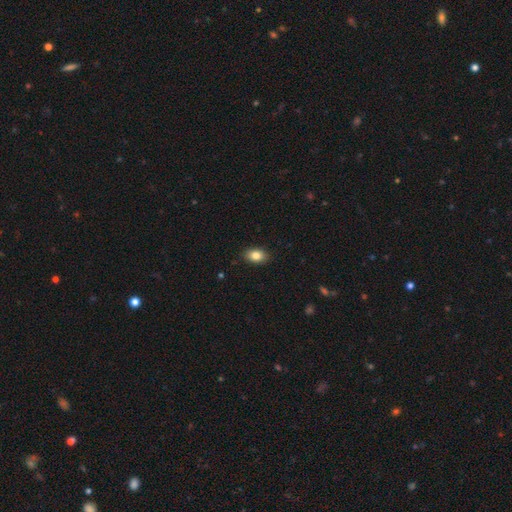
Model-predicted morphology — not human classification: smooth_or_featured: smooth (p=0.85) [alt: star or artifact p=0.08]
how_rounded: in between (p=0.85) [alt: round p=0.14]
merging: none (p=0.88) [alt: minor disturbance p=0.09]